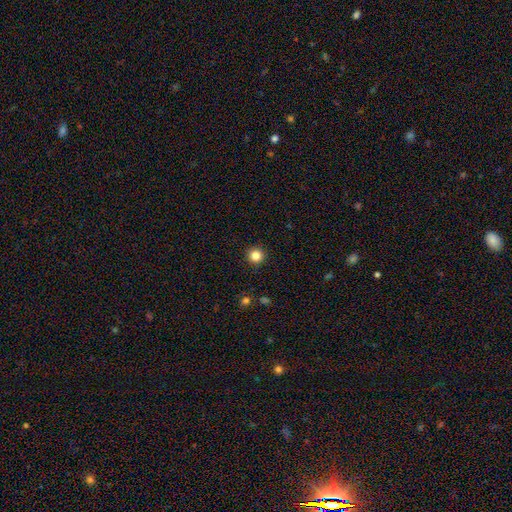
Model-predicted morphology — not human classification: smooth 83%, star or artifact 12%, featured or disk 5%. Down the decision tree: how rounded — round (95%); merging — none (93%).